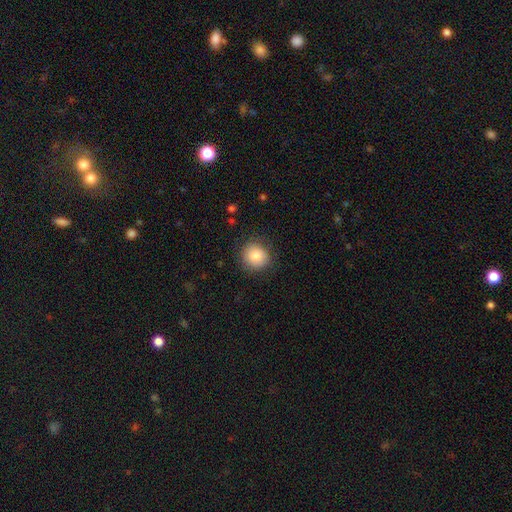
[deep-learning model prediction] Smooth or featured? smooth (86%)
How rounded? round (87%)
Merging? none (83%)